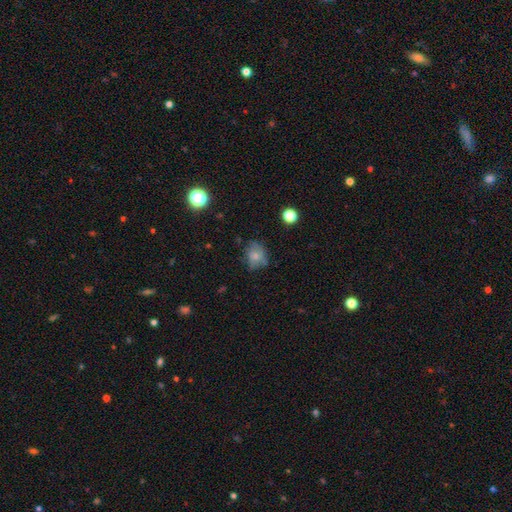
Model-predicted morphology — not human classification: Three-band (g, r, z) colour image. It shows a smooth galaxy with no disk features (64%) that is in between round and cigar-shaped (52%). Merging: none (58%).